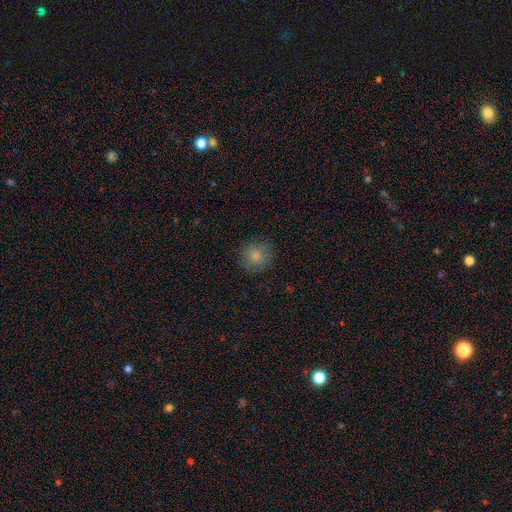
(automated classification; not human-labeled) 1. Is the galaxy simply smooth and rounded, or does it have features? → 83% smooth, 10% star or artifact, 8% featured or disk.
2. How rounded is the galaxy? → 92% round, 7% in between, 1% cigar-shaped.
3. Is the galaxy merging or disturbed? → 85% none, 11% minor disturbance, 3% major disturbance, 1% merger.